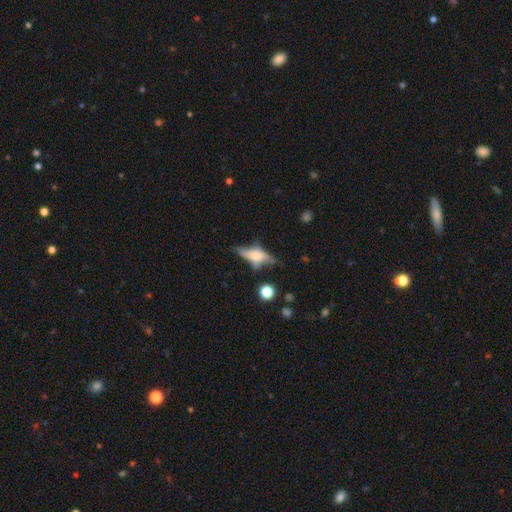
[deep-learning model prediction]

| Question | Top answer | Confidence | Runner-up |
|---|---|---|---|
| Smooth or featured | featured or disk | 59% | smooth (32%) |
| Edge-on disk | yes | 81% | no (19%) |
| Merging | none | 59% | minor disturbance (22%) |